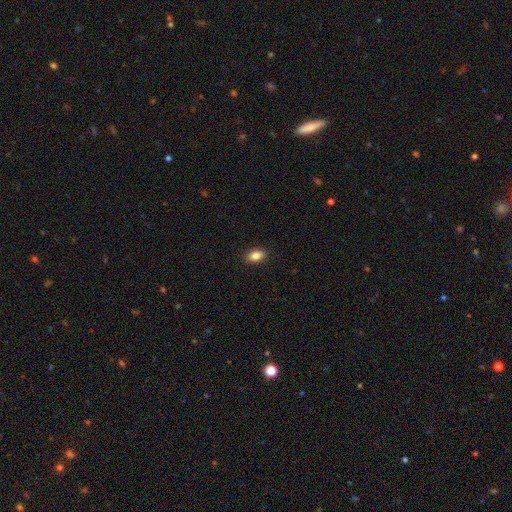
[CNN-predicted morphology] smooth 86%, star or artifact 9%, featured or disk 6%. Down the decision tree: how rounded — in between (86%); merging — none (89%).